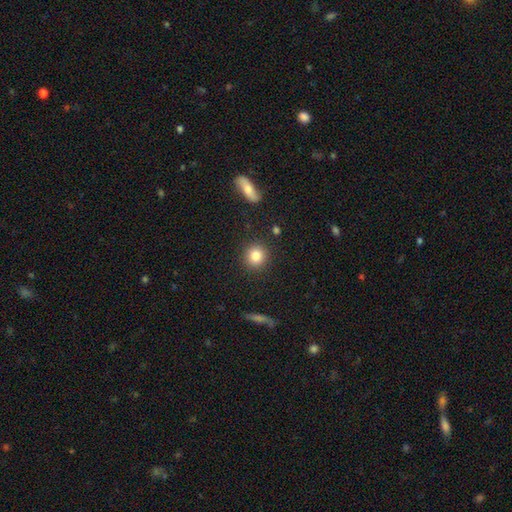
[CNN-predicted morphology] Smooth or featured?
  - smooth: 84% *
  - star or artifact: 9%
  - featured or disk: 7%
How rounded?
  - round: 90% *
  - in between: 9%
  - cigar-shaped: 1%
Merging?
  - none: 90% *
  - minor disturbance: 6%
  - major disturbance: 2%
  - merger: 2%